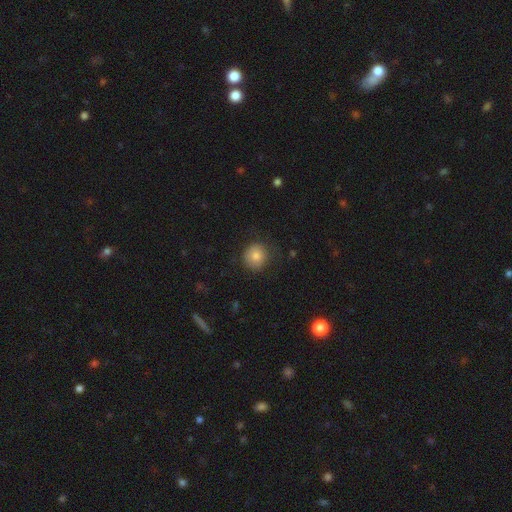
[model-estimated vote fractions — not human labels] This appears to be a smooth galaxy with no disk features (81%) that is round (89%). Merging: none (80%).